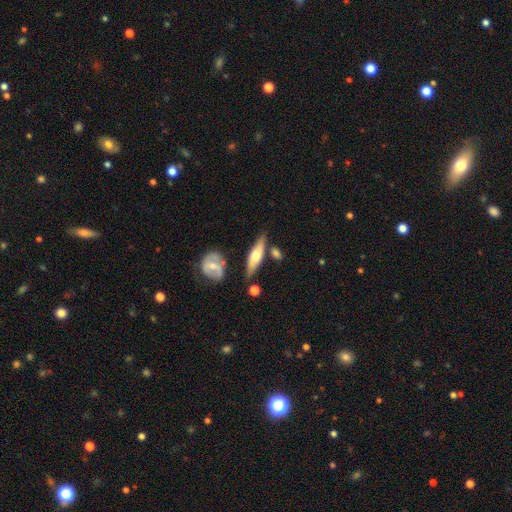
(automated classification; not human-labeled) This is possibly a featured or disk galaxy (49%). Merging: likely none (72%).